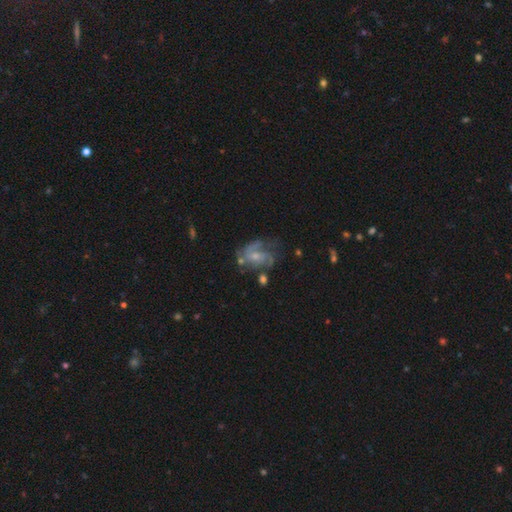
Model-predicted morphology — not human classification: Smooth or featured? featured or disk (79%)
Edge-on disk? no (98%)
Bar? no (59%)
Spiral arms? yes (90%)
Spiral winding? medium (48%)
Spiral arm count? 2 (37%)
Bulge size? small (58%)
Merging? none (46%)